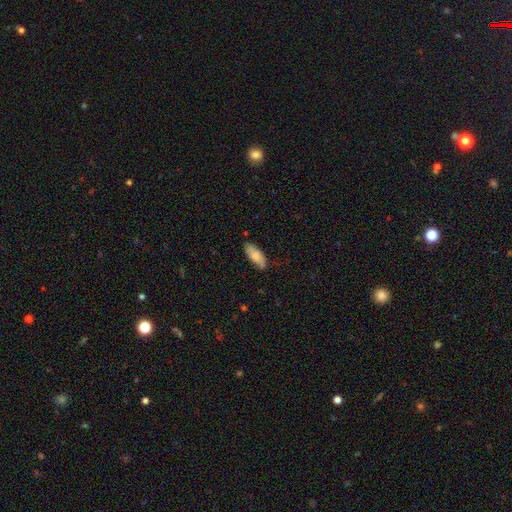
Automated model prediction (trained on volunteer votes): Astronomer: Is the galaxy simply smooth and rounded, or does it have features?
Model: smooth — 73%.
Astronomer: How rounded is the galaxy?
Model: in between — 76%.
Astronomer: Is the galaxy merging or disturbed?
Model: none — 76%.